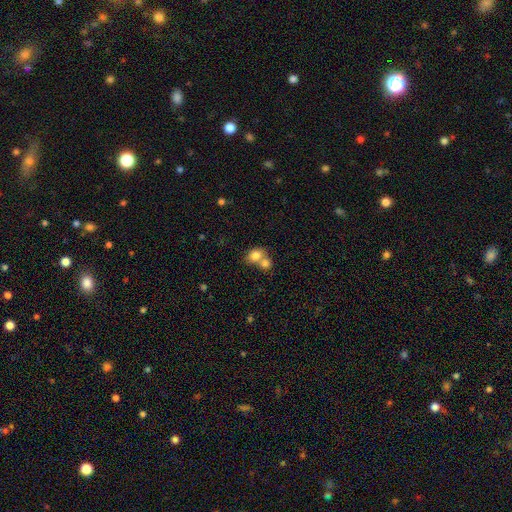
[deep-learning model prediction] A smooth galaxy with no disk features (79%) that is round (50%).

Vote fractions:
- Smooth or featured? smooth: 79% / featured or disk: 12% / star or artifact: 9%
- How rounded? round: 50% / in between: 49% / cigar-shaped: 1%
- Merging? merger: 58% / none: 31% / minor disturbance: 7% / major disturbance: 4%